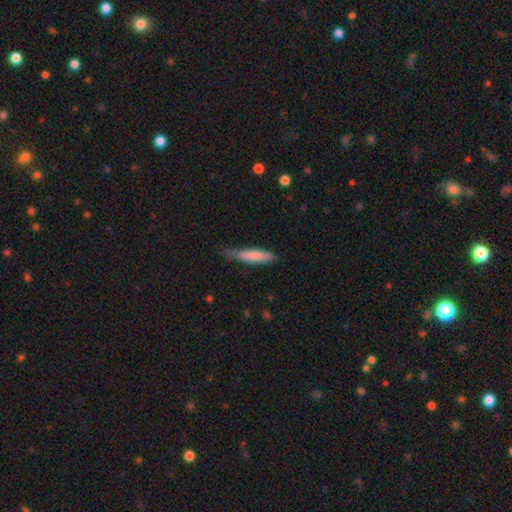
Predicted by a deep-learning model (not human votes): A smooth galaxy with no disk features (77%) that is cigar-shaped (86%). Merging: none (58%).